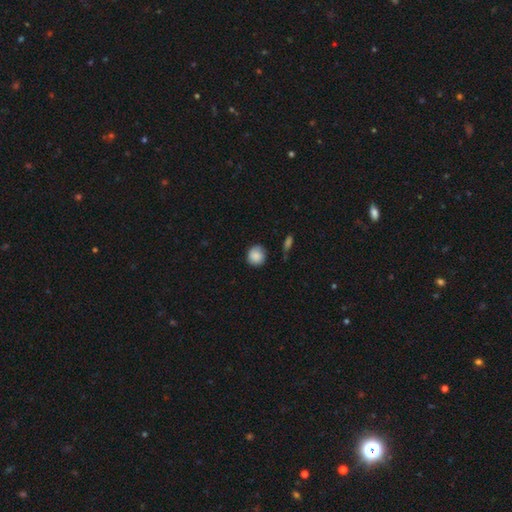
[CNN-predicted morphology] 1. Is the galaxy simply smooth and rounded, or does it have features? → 86% smooth, 8% star or artifact, 6% featured or disk.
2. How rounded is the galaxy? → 87% round, 12% in between, 1% cigar-shaped.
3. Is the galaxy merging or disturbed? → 77% none, 18% minor disturbance, 3% major disturbance, 2% merger.